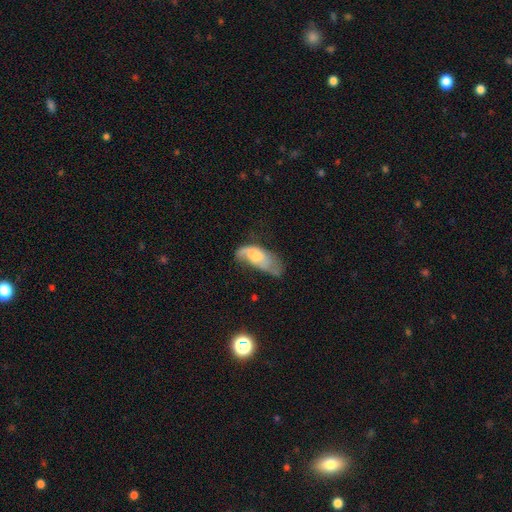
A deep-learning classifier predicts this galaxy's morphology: This appears to be a smooth galaxy with no disk features (49%). Merging: major disturbance (38%).